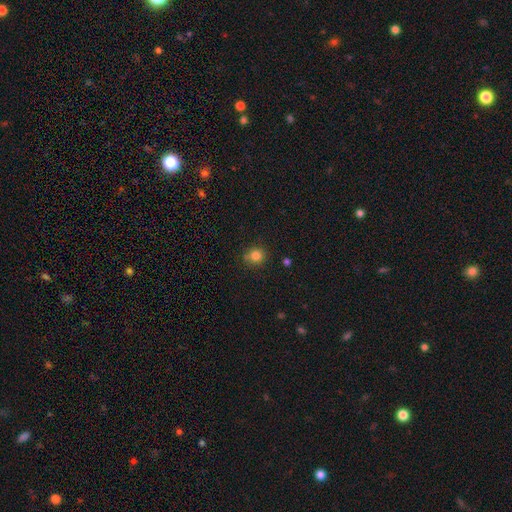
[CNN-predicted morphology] A smooth galaxy with no disk features (83%) that is round (84%).

Vote fractions:
- Smooth or featured? smooth: 83% / star or artifact: 12% / featured or disk: 5%
- How rounded? round: 84% / in between: 15% / cigar-shaped: 1%
- Merging? none: 77% / minor disturbance: 15% / merger: 4% / major disturbance: 3%